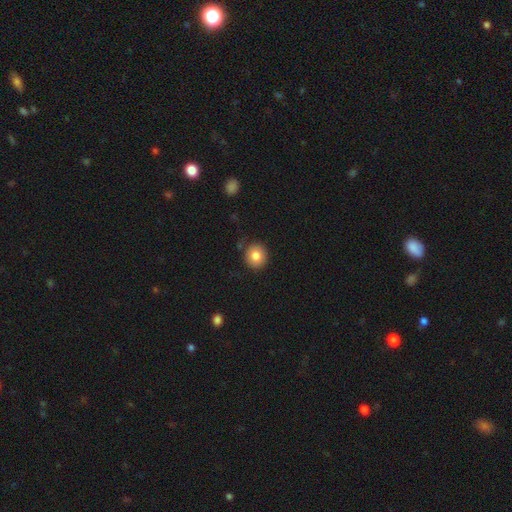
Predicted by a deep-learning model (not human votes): Smooth or featured? Predicted: smooth (p=0.83). How rounded? Predicted: round (p=0.88). Merging? Predicted: none (p=0.86).